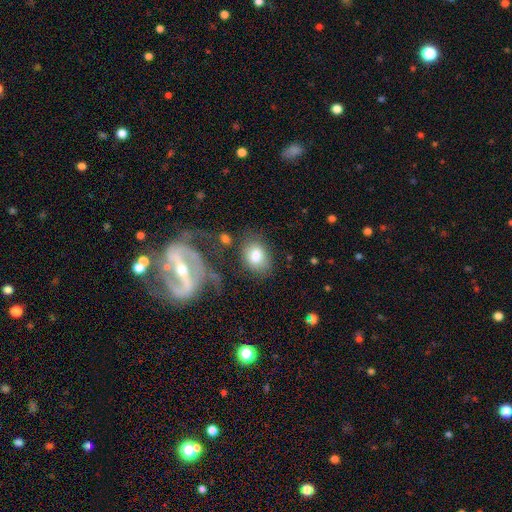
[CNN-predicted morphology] A smooth galaxy with no disk features (77%) that is in between round and cigar-shaped (57%). Merging: none (64%).